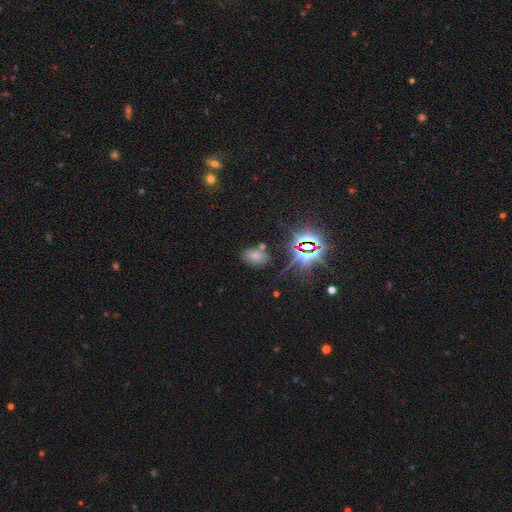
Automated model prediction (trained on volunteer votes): smooth-or-featured: smooth: 55% | star or artifact: 33% | featured or disk: 12%
  how-rounded: in between: 87% | round: 11% | cigar-shaped: 2%
  merging: none: 70% | minor disturbance: 16% | merger: 8% | major disturbance: 6%